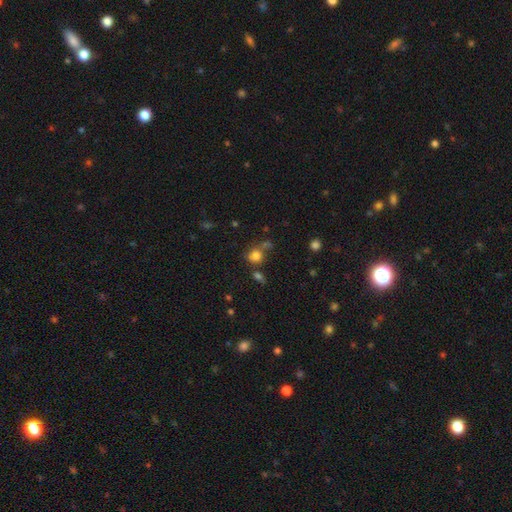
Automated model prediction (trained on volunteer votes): This is likely a smooth galaxy (78%). How rounded: likely round (78%). Merging: possibly none (56%).